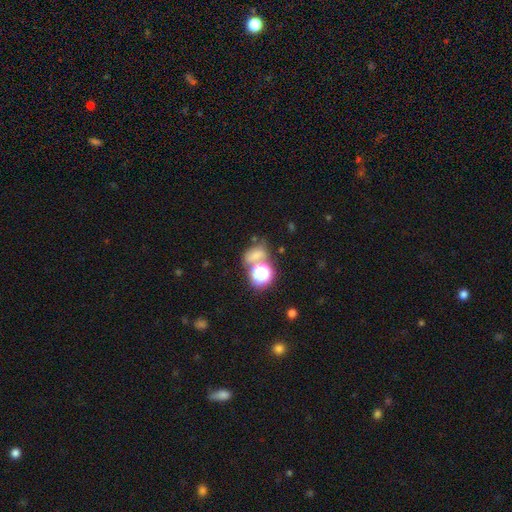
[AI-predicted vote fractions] A smooth galaxy with no disk features (56%) that is in between round and cigar-shaped (51%). Merging: none (47%).